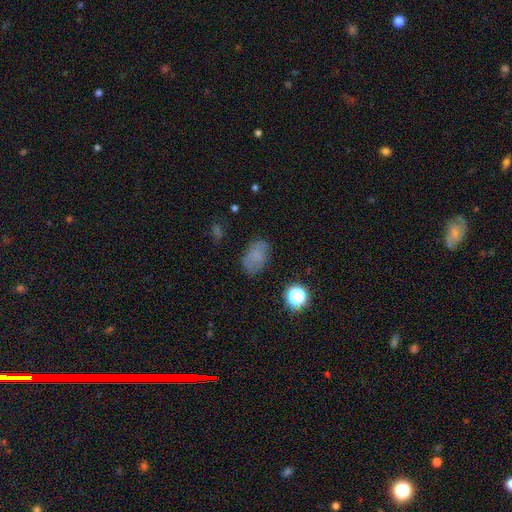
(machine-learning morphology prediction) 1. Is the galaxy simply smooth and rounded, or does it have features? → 67% smooth, 17% star or artifact, 16% featured or disk.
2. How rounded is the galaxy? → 82% in between, 16% round, 1% cigar-shaped.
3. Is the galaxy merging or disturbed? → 68% none, 21% minor disturbance, 9% major disturbance, 3% merger.